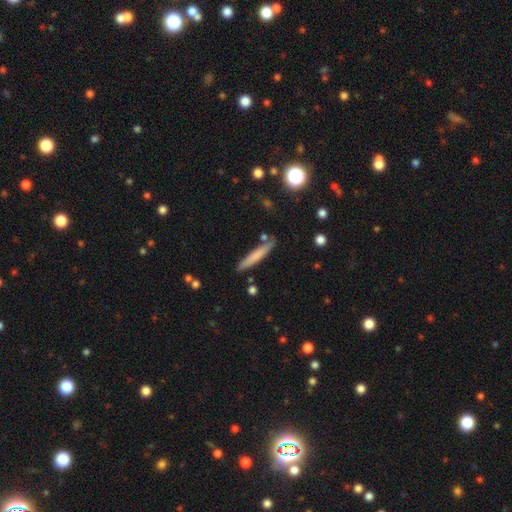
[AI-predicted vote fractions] Q: Smooth or featured?
A: smooth (69%); runner-up: featured or disk (25%)
Q: How rounded?
A: cigar-shaped (94%); runner-up: in between (5%)
Q: Merging?
A: none (84%); runner-up: minor disturbance (10%)